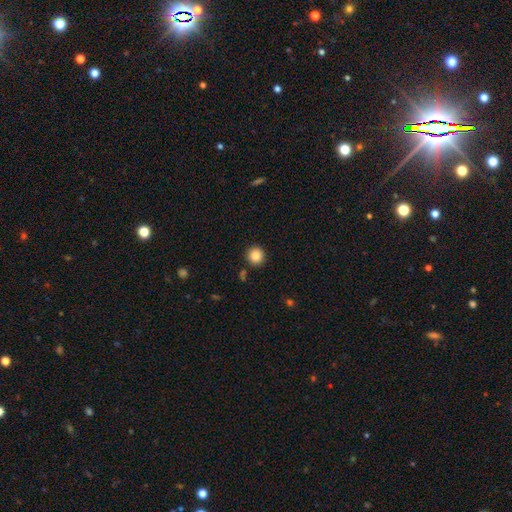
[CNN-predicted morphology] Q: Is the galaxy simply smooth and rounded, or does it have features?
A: smooth — 86%.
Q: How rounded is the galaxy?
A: round — 94%.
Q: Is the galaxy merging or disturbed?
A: none — 90%.